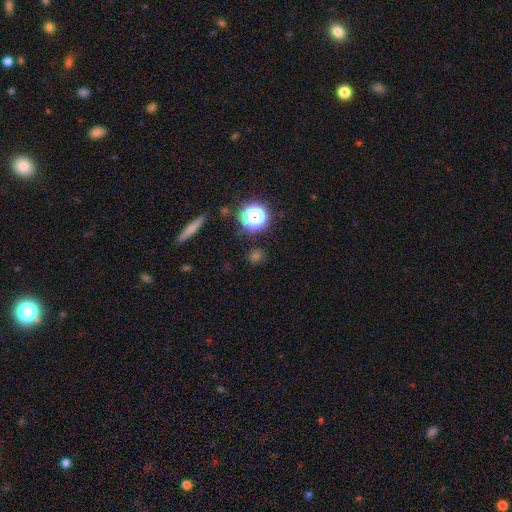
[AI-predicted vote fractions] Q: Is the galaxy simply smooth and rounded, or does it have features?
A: smooth — 55%.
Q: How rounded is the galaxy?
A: round — 85%.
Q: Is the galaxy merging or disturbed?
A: none — 86%.